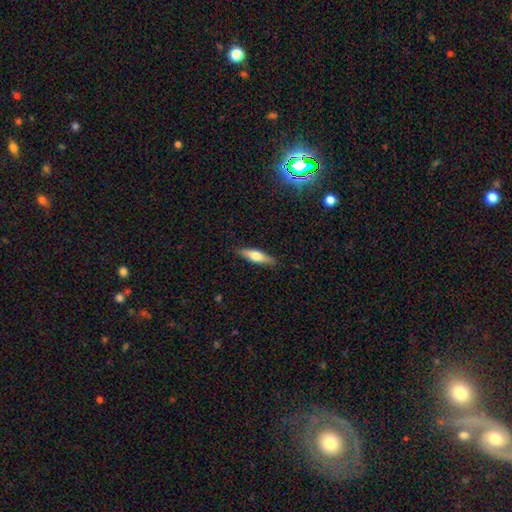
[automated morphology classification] A smooth galaxy with no disk features (56%) that is cigar-shaped (62%).

Vote fractions:
- Smooth or featured? smooth: 56% / featured or disk: 38% / star or artifact: 6%
- How rounded? cigar-shaped: 62% / in between: 36% / round: 2%
- Merging? none: 87% / minor disturbance: 10% / major disturbance: 2% / merger: 1%